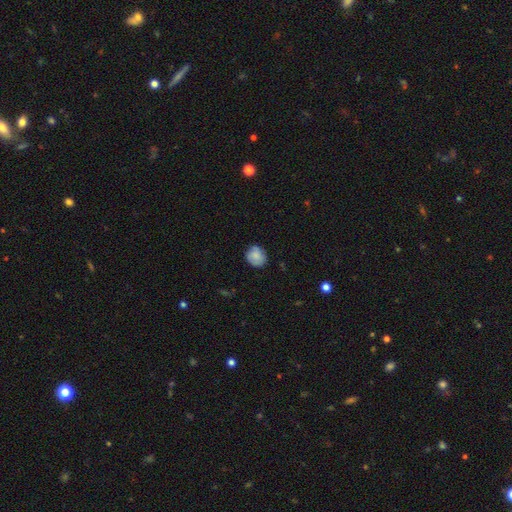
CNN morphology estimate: smooth_or_featured: smooth (p=0.81) [alt: featured or disk p=0.11]
how_rounded: round (p=0.71) [alt: in between p=0.28]
merging: none (p=0.74) [alt: minor disturbance p=0.21]